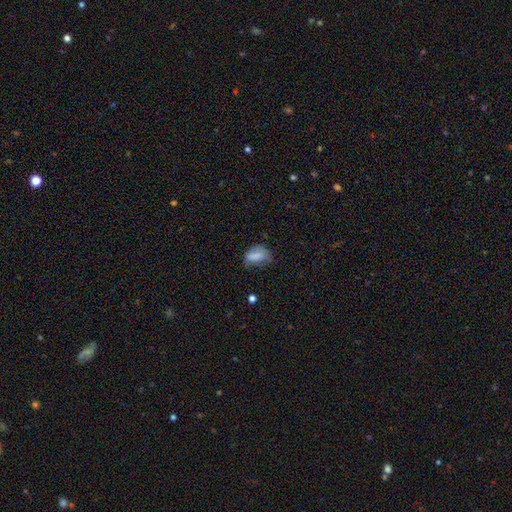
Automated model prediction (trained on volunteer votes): Morphology: type=smooth (76%); roundness=in between (85%); merging=none (42%).